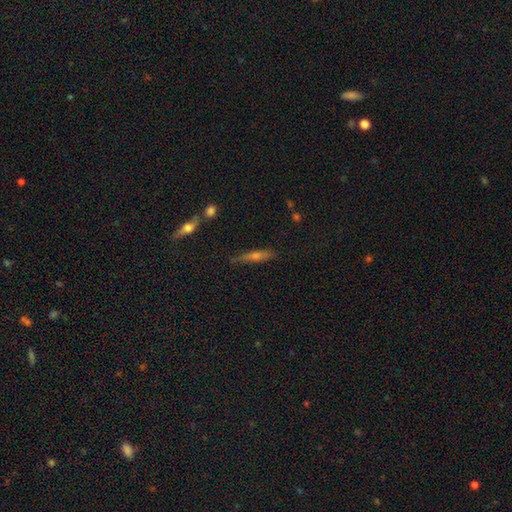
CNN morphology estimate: A featured or disk galaxy (53%) viewed edge-on (93%).

Vote fractions:
- Smooth or featured? featured or disk: 53% / smooth: 37% / star or artifact: 10%
- Edge-on disk? yes: 93% / no: 7%
- Merging? none: 81% / minor disturbance: 13% / merger: 4% / major disturbance: 3%